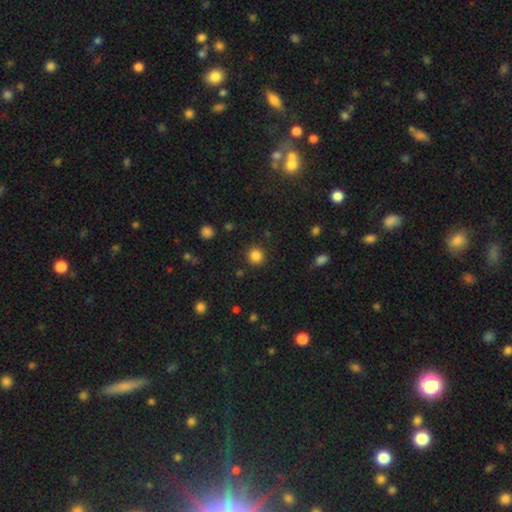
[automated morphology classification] A smooth galaxy with no disk features (84%) that is round (93%).

Vote fractions:
- Smooth or featured? smooth: 84% / star or artifact: 12% / featured or disk: 4%
- How rounded? round: 93% / in between: 6% / cigar-shaped: 1%
- Merging? none: 90% / minor disturbance: 6% / major disturbance: 3% / merger: 1%